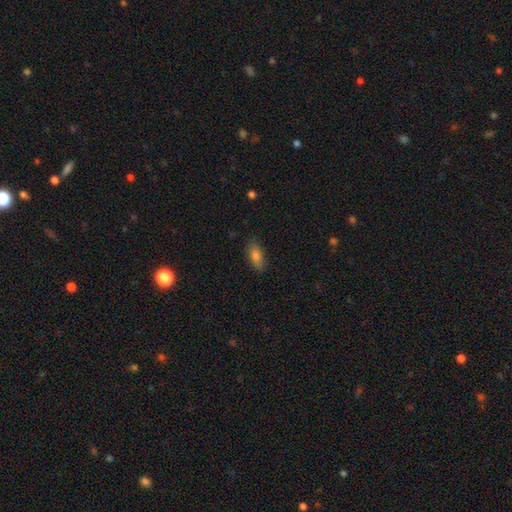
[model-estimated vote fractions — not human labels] This is likely a smooth galaxy (77%). How rounded: likely in between (78%). Merging: clearly none (84%).